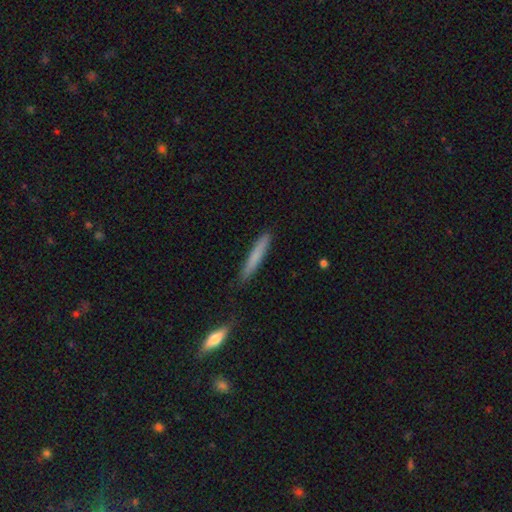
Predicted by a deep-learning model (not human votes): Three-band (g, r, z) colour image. It shows a smooth galaxy with no disk features (76%) that is cigar-shaped (94%). Merging: none (84%).